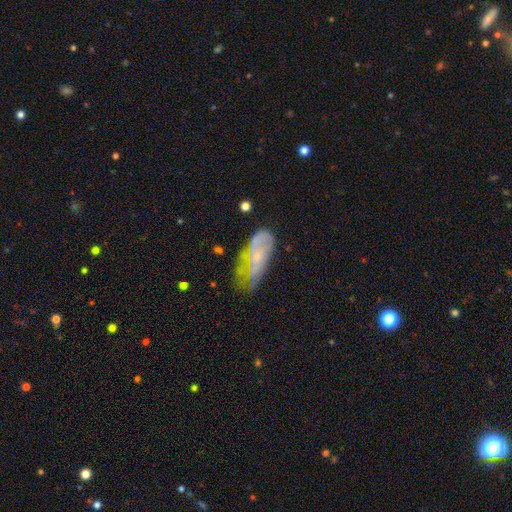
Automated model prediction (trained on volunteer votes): A featured or disk galaxy (50%). Merging: none (36%).